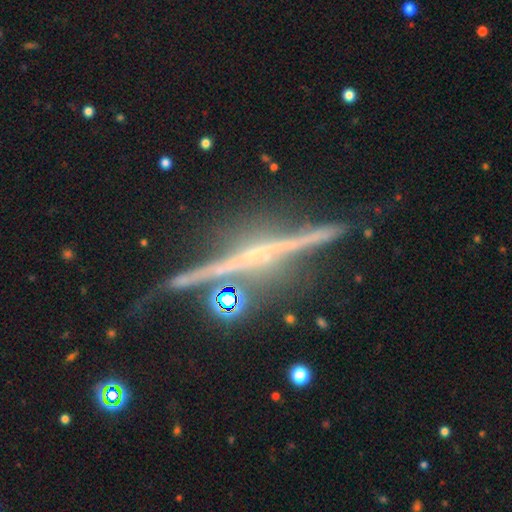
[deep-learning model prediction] This appears to be a featured or disk galaxy (85%) viewed edge-on (98%) with no central bulge (46%). Merging: none (82%).